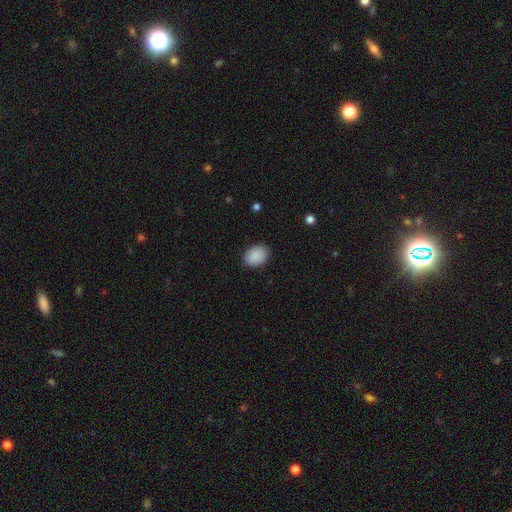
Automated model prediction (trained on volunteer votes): smooth_or_featured: smooth (p=0.90) [alt: star or artifact p=0.07]
how_rounded: in between (p=0.73) [alt: round p=0.26]
merging: none (p=0.89) [alt: minor disturbance p=0.08]